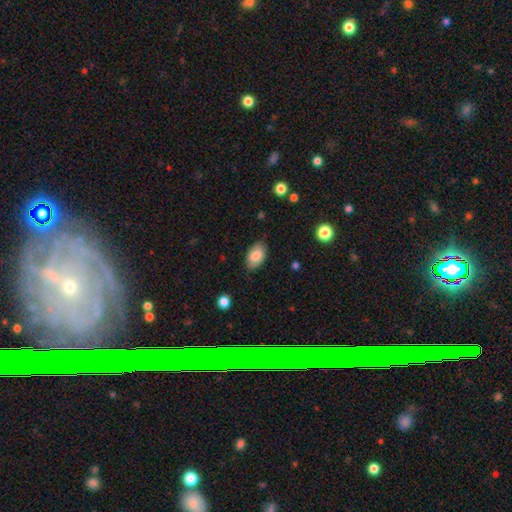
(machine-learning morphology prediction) Q: Smooth or featured?
A: smooth (84%); runner-up: featured or disk (9%)
Q: How rounded?
A: in between (92%); runner-up: round (7%)
Q: Merging?
A: none (82%); runner-up: minor disturbance (14%)